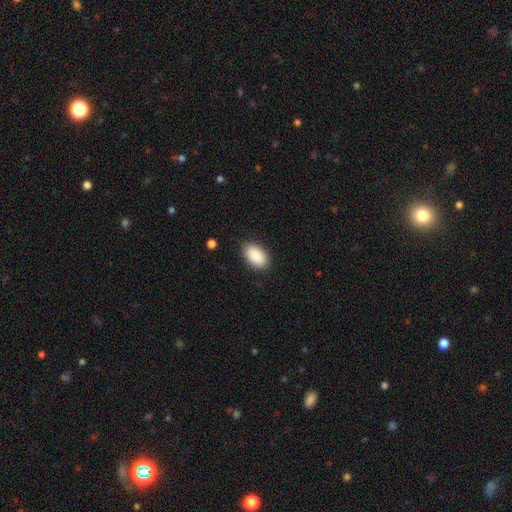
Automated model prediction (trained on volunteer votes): Smooth or featured: smooth — 90% (star or artifact — 6%)
How rounded: in between — 93% (round — 5%)
Merging: none — 87% (minor disturbance — 9%)